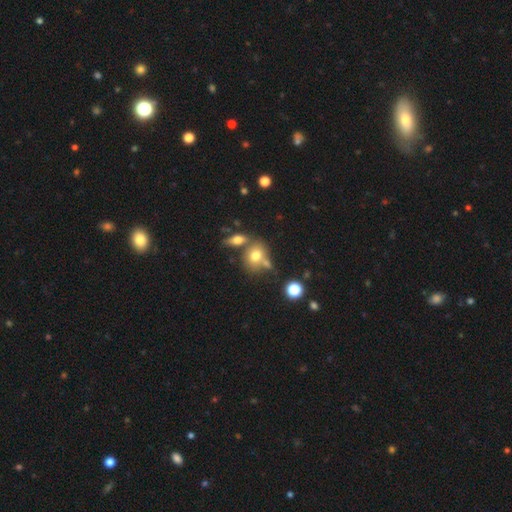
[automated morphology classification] Q: Smooth or featured?
A: smooth (72%); runner-up: featured or disk (17%)
Q: How rounded?
A: round (51%); runner-up: in between (47%)
Q: Merging?
A: none (48%); runner-up: merger (34%)